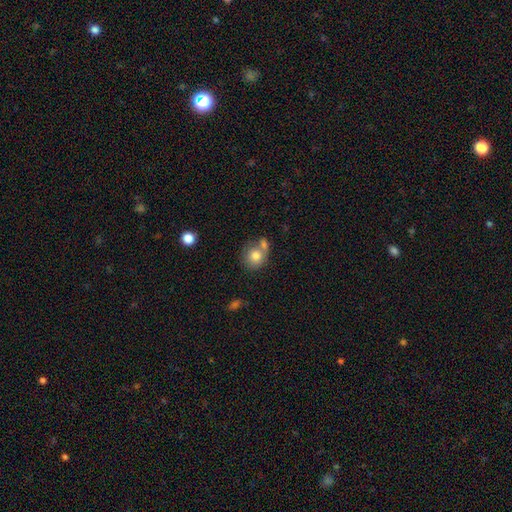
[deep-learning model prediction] smooth-or-featured: smooth: 78% | featured or disk: 13% | star or artifact: 9%
  how-rounded: round: 79% | in between: 20% | cigar-shaped: 1%
  merging: none: 46% | merger: 37% | minor disturbance: 12% | major disturbance: 5%